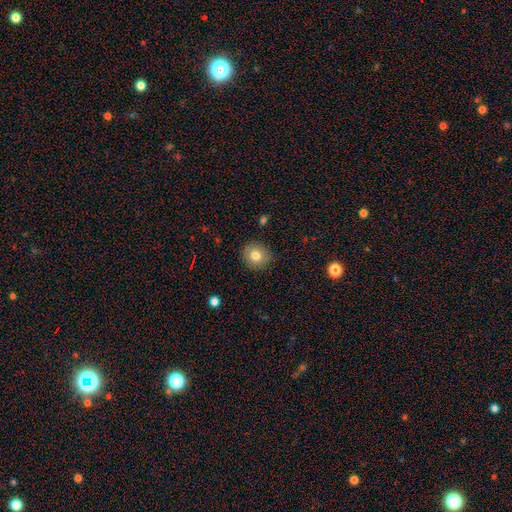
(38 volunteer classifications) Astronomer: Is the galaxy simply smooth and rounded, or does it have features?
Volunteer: smooth — 82%.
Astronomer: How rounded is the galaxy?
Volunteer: round — 90%.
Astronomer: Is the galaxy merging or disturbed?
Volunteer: none — 91%.